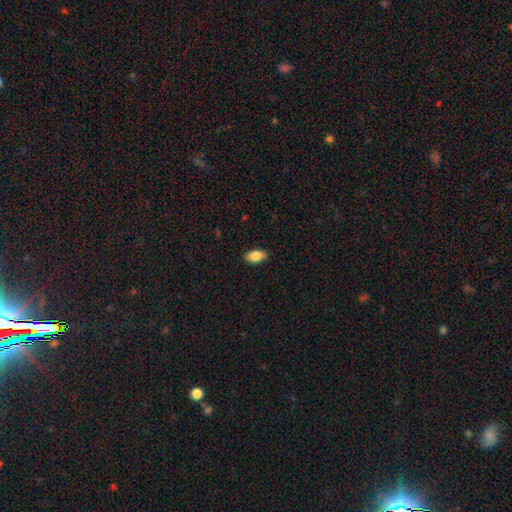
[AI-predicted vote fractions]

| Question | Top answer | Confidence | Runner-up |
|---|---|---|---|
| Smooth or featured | smooth | 86% | featured or disk (7%) |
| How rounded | in between | 92% | round (4%) |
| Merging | none | 88% | minor disturbance (9%) |